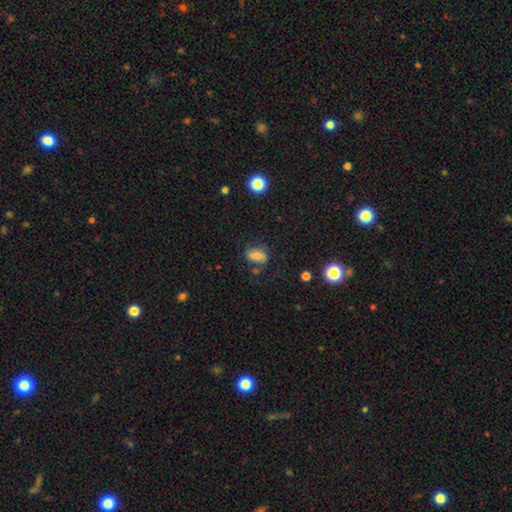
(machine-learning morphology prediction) Smooth or featured? Predicted: smooth (p=0.71). How rounded? Predicted: in between (p=0.82). Merging? Predicted: none (p=0.55).